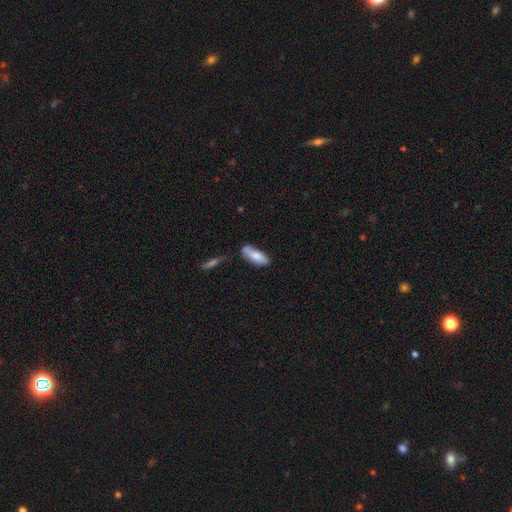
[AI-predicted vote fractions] Smooth or featured? smooth (76%)
How rounded? in between (67%)
Merging? none (61%)